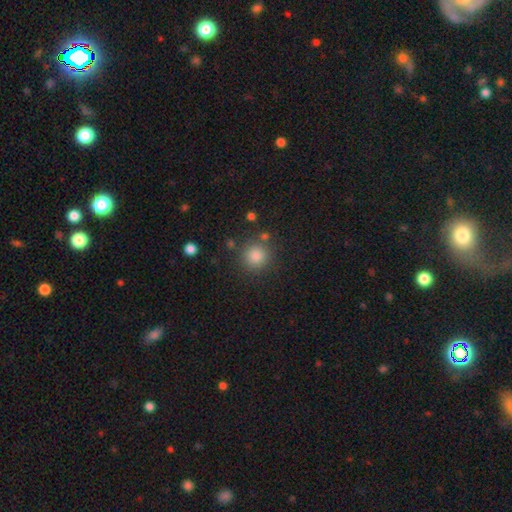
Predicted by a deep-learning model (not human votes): This is clearly a smooth galaxy (84%). How rounded: clearly round (93%). Merging: clearly none (84%).